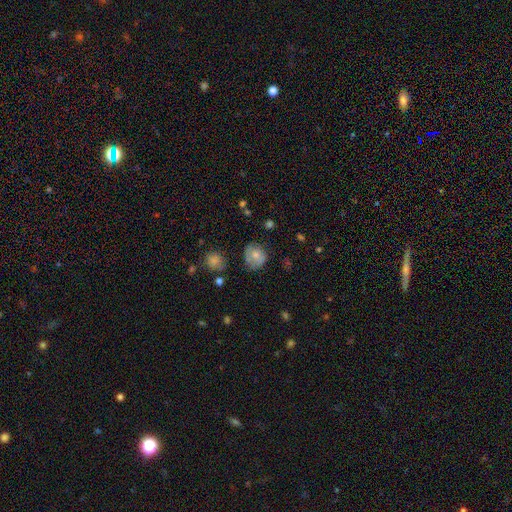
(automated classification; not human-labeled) Smooth or featured? smooth (58%)
How rounded? round (72%)
Merging? none (56%)